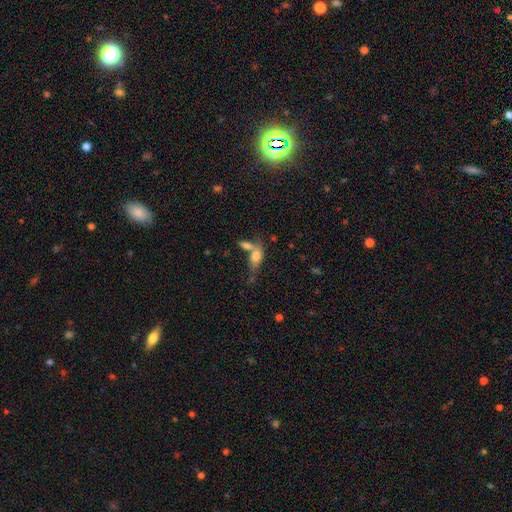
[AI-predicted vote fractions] A smooth galaxy with no disk features (75%) that is in between round and cigar-shaped (78%). Merging: merger (45%).